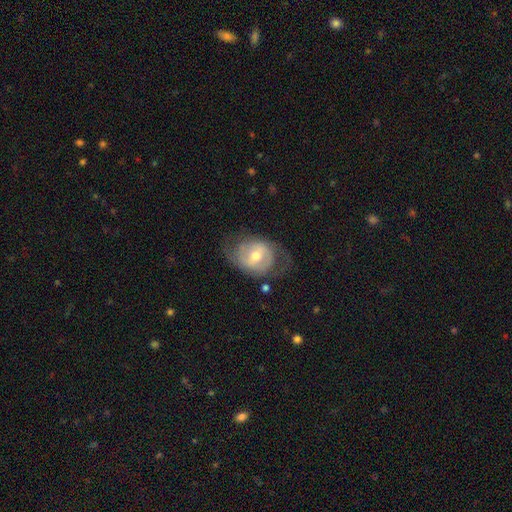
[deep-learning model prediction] The model was most divided on "bar": weak: 45%, no: 34%, strong: 21%. More confident: edge-on disk — no (95%); spiral arms — yes (68%); bulge size — moderate (67%); smooth or featured — featured or disk (66%); merging — none (59%).